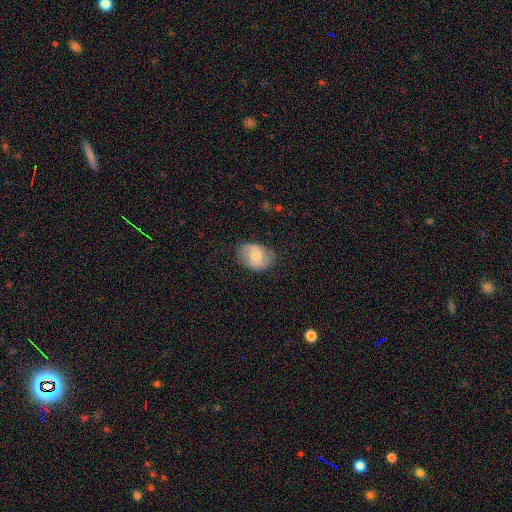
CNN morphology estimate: This appears to be a smooth galaxy with no disk features (66%) that is in between round and cigar-shaped (70%). Merging: none (79%).